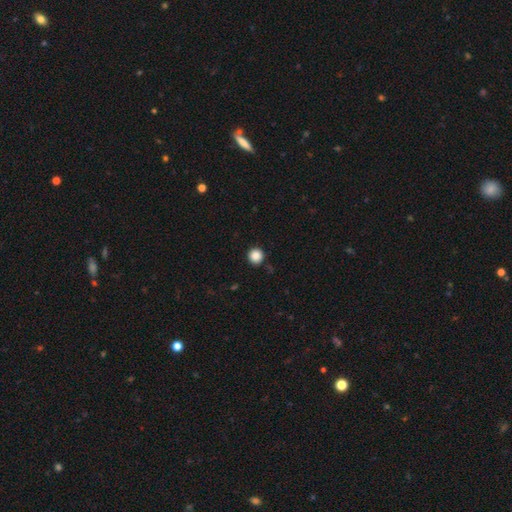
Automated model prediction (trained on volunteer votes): Smooth or featured? smooth (87%)
How rounded? round (96%)
Merging? none (92%)